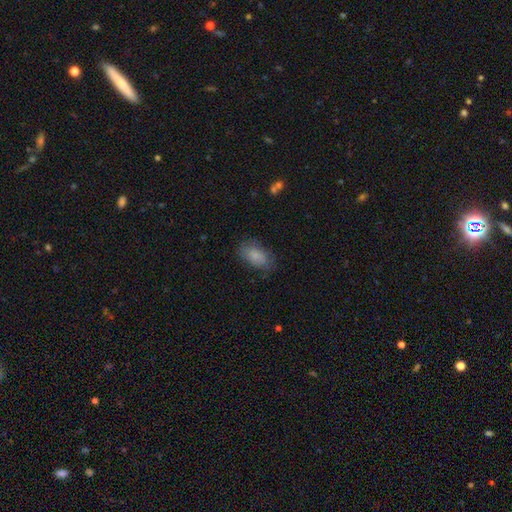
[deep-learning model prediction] Smooth or featured: smooth — 83% (featured or disk — 10%)
How rounded: in between — 92% (round — 5%)
Merging: none — 74% (minor disturbance — 19%)